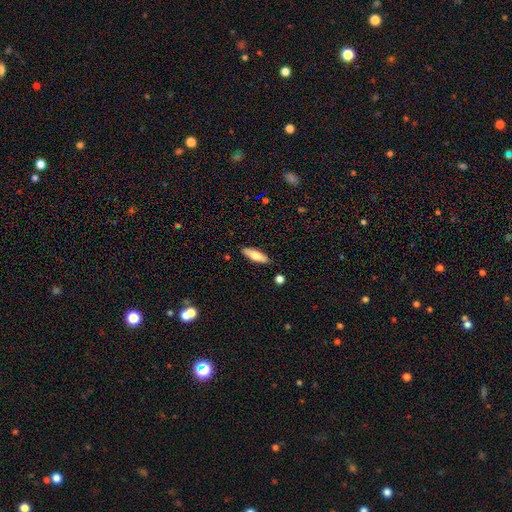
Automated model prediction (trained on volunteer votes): The model was most divided on "how rounded": in between: 52%, cigar-shaped: 46%, round: 2%. More confident: merging — none (87%); smooth or featured — smooth (68%).